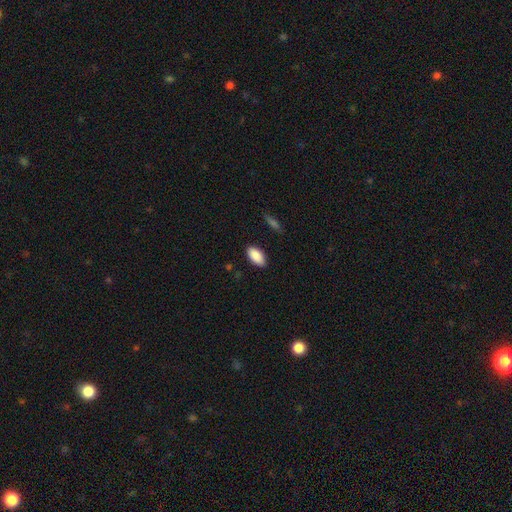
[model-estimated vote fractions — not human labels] Q: Smooth or featured?
A: smooth (89%); runner-up: star or artifact (6%)
Q: How rounded?
A: in between (93%); runner-up: cigar-shaped (5%)
Q: Merging?
A: none (86%); runner-up: minor disturbance (11%)